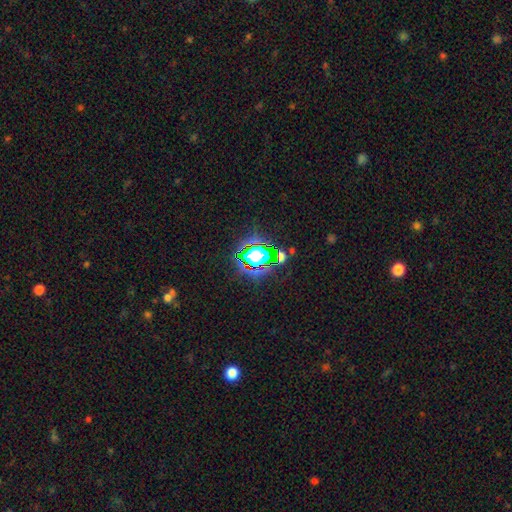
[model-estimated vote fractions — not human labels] Smooth or featured? Predicted: star or artifact (p=0.57).